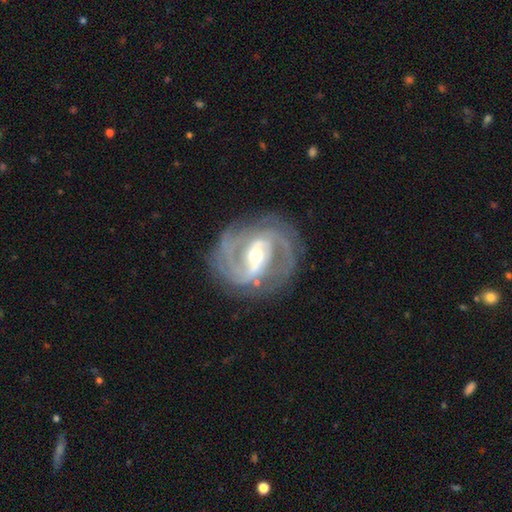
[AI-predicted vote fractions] Overall: featured or disk (91%). Edge-on disk: no (97%). Bar: strong (50%; weak 37%). Spiral arms: yes (98%). Spiral arm count: 2 (53%; 3 24%). Spiral winding: tight (47%; medium 43%). Bulge size: moderate (62%; small 32%). Merging: none (79%).